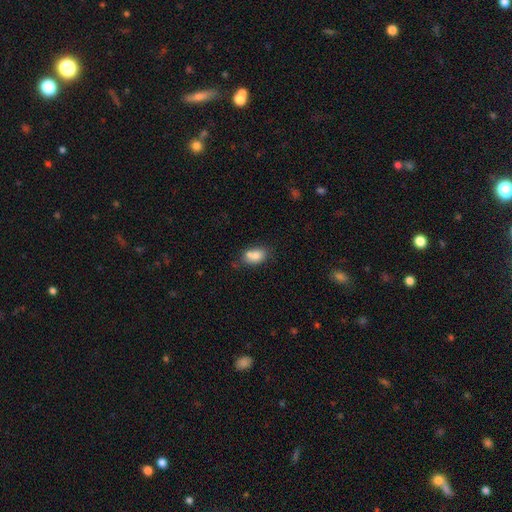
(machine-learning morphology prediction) A smooth galaxy with no disk features (80%) that is in between round and cigar-shaped (83%).

Vote fractions:
- Smooth or featured? smooth: 80% / featured or disk: 12% / star or artifact: 9%
- How rounded? in between: 83% / round: 14% / cigar-shaped: 3%
- Merging? none: 52% / merger: 24% / minor disturbance: 19% / major disturbance: 5%